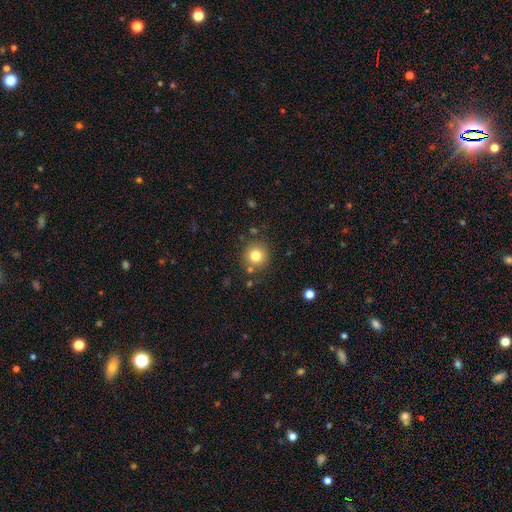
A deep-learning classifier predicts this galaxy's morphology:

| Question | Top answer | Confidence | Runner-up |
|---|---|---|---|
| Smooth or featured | smooth | 80% | star or artifact (12%) |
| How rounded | round | 93% | in between (6%) |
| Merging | none | 84% | minor disturbance (9%) |